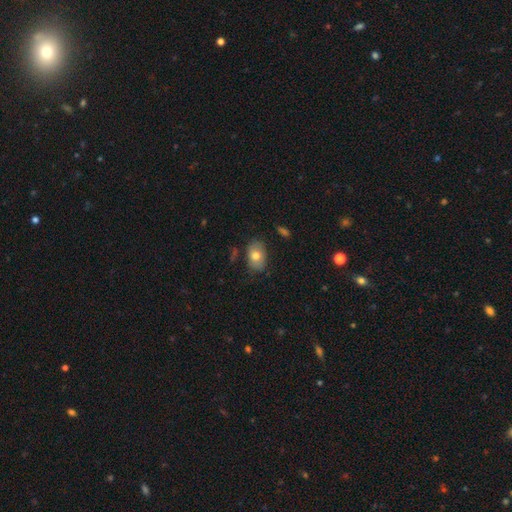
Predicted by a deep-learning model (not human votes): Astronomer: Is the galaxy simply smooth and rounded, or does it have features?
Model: smooth — 75%.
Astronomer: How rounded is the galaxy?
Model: in between — 84%.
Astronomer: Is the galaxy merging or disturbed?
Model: none — 75%.